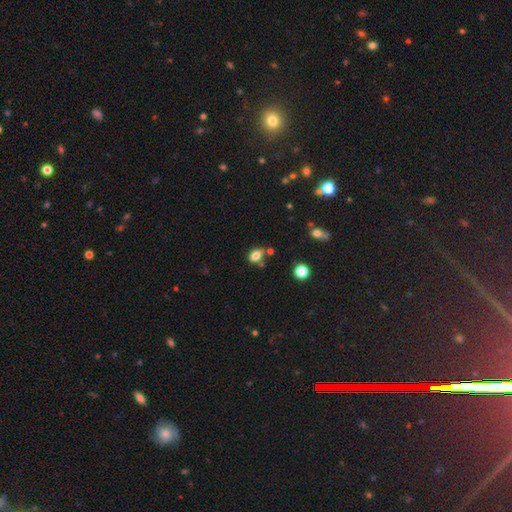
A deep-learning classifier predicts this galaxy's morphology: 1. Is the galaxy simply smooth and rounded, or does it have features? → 80% smooth, 12% star or artifact, 9% featured or disk.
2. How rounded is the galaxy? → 75% in between, 23% round, 2% cigar-shaped.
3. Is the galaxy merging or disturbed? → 58% none, 19% minor disturbance, 17% merger, 5% major disturbance.